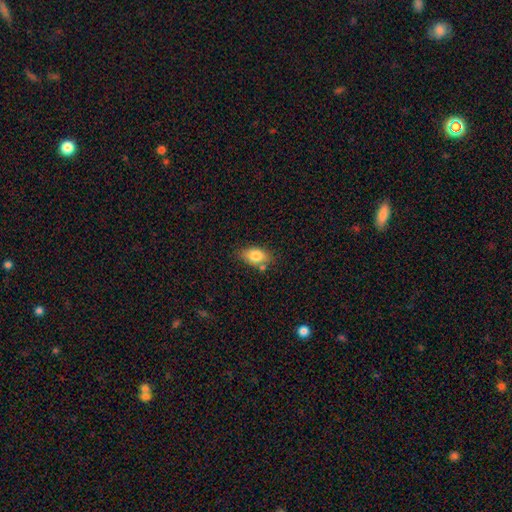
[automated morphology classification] Smooth or featured: smooth — 81% (featured or disk — 11%)
How rounded: in between — 86% (round — 12%)
Merging: none — 71% (minor disturbance — 18%)